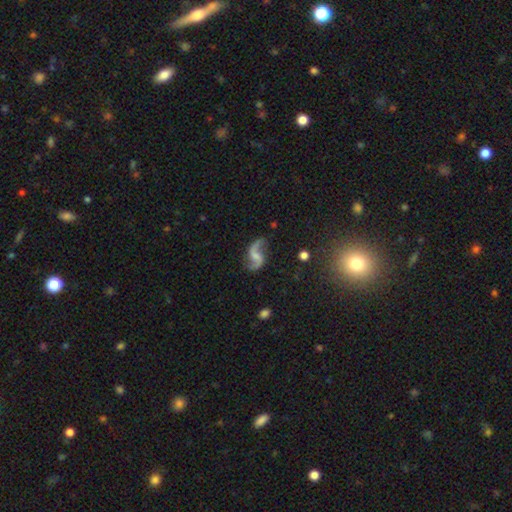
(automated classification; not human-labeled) Smooth or featured: featured or disk — 89% (smooth — 6%)
Edge-on disk: no — 98% (yes — 2%)
Bar: weak — 45% (no — 42%)
Spiral arms: yes — 97% (no — 3%)
Spiral winding: loose — 83% (medium — 14%)
Spiral arm count: 2 — 94% (1 — 2%)
Bulge size: none — 40% (small — 33%)
Merging: none — 77% (minor disturbance — 14%)